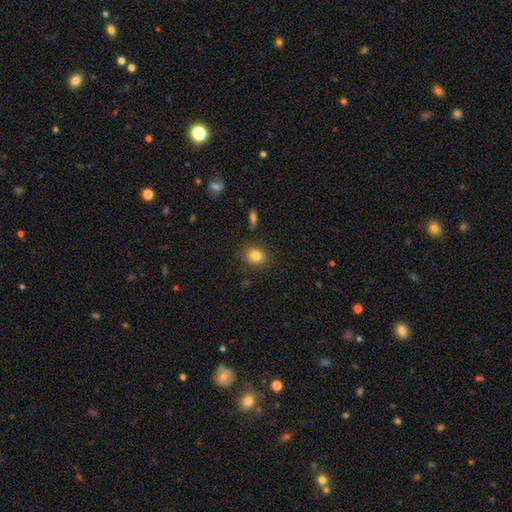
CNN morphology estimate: smooth 83%, star or artifact 10%, featured or disk 7%. Down the decision tree: how rounded — round (72%); merging — none (84%).